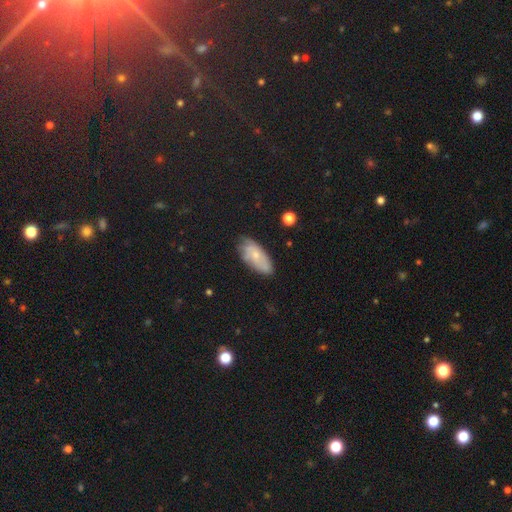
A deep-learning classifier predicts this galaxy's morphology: type=smooth (48%); merging=none (69%).